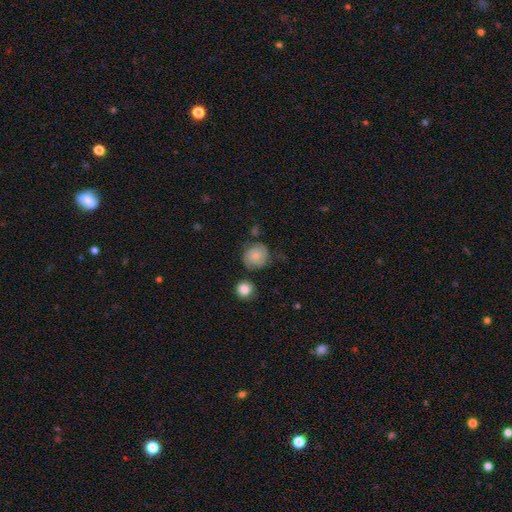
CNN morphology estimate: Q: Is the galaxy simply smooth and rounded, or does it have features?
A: smooth — 69%.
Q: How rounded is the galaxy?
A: round — 83%.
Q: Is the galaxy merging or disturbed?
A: none — 66%.